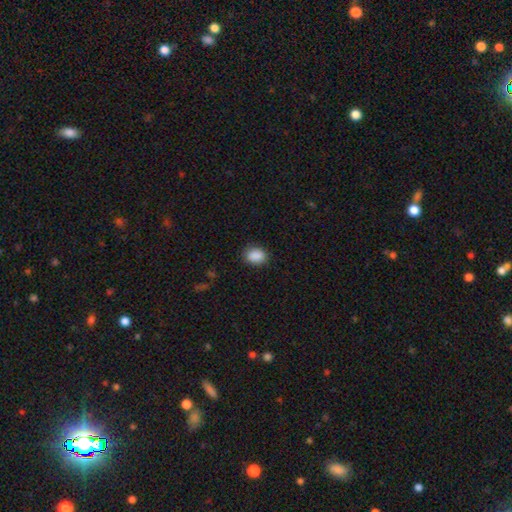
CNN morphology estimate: Overall: smooth (89%). How rounded: in between (57%; round 41%). Merging: none (86%).